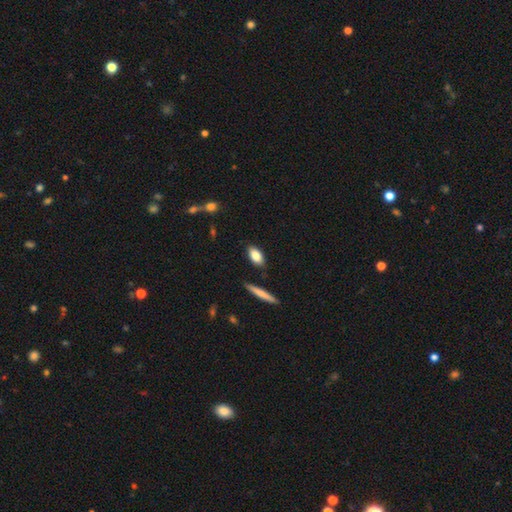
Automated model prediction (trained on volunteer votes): The model was most divided on "smooth or featured": smooth: 83%, featured or disk: 11%, star or artifact: 7%. More confident: merging — none (85%); how rounded — in between (85%).